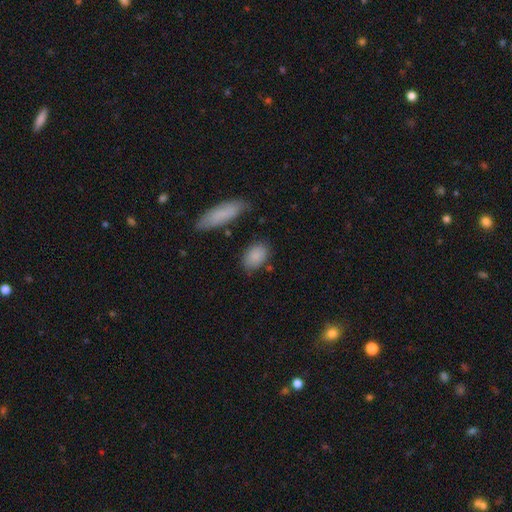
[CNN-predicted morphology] This is clearly a smooth galaxy (86%). How rounded: clearly in between (85%). Merging: likely none (75%).